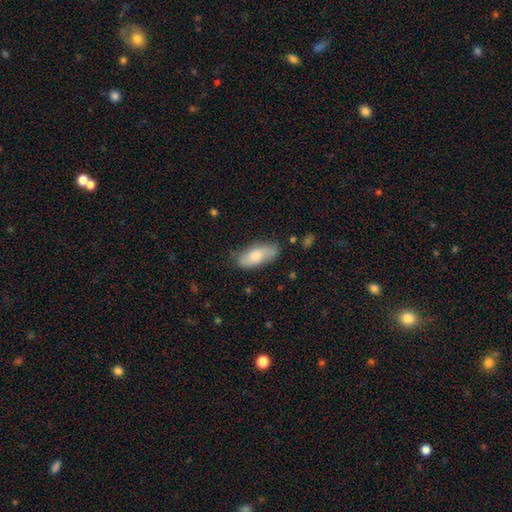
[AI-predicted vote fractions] smooth 73%, featured or disk 21%, star or artifact 6%. Down the decision tree: how rounded — in between (81%); merging — none (72%).